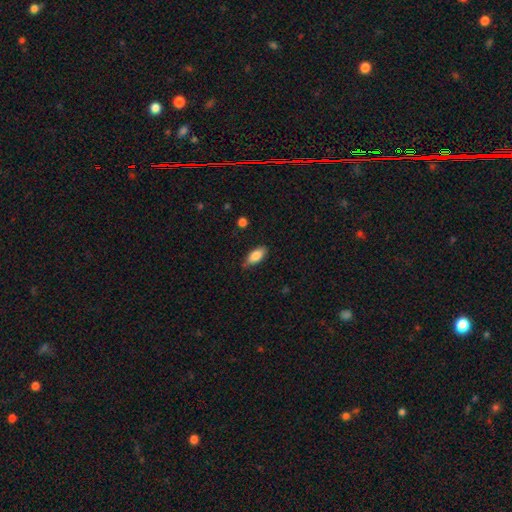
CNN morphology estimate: smooth 83%, featured or disk 11%, star or artifact 7%. Down the decision tree: how rounded — in between (84%); merging — none (75%).